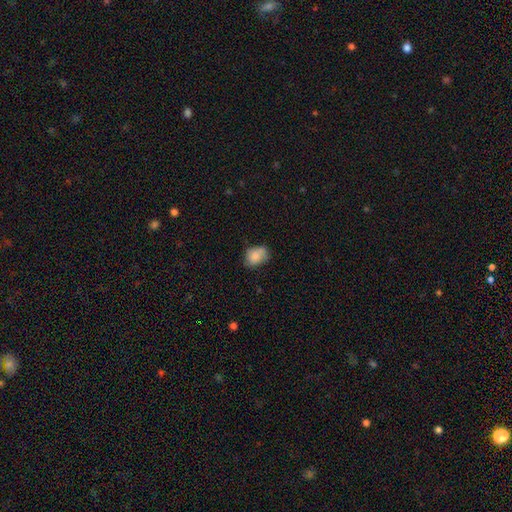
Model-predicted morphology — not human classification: The model was most divided on "merging": none: 51%, minor disturbance: 32%, merger: 9%, major disturbance: 8%. More confident: smooth or featured — smooth (80%); how rounded — in between (67%).